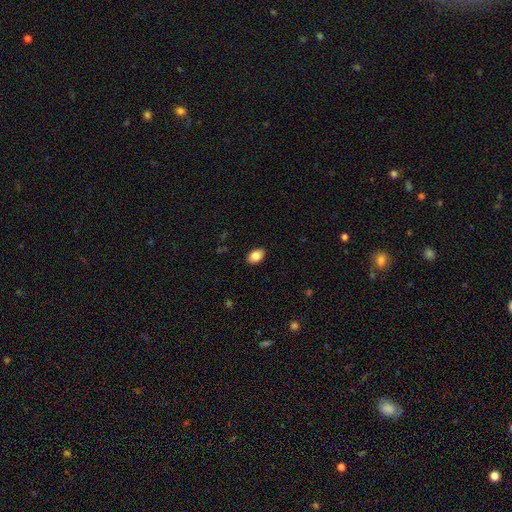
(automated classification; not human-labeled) Morphology: type=smooth (86%); roundness=in between (84%); merging=none (89%).